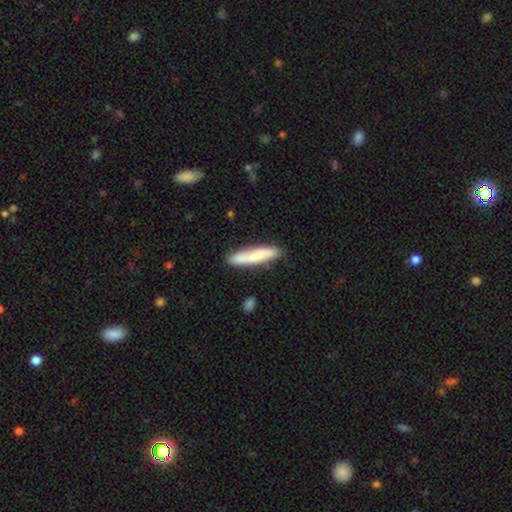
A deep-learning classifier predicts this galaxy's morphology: type=smooth (68%); roundness=cigar-shaped (86%); merging=none (80%).